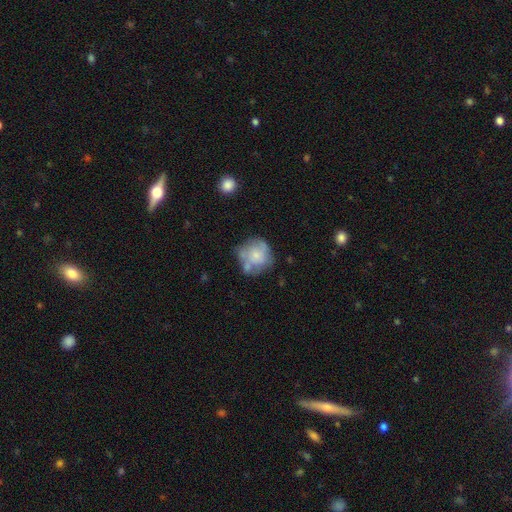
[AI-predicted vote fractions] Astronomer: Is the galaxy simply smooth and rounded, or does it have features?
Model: smooth — 54% (runner-up: featured or disk, 39%).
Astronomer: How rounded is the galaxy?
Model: round — 81%.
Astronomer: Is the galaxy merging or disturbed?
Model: none — 47% (runner-up: minor disturbance, 25%).